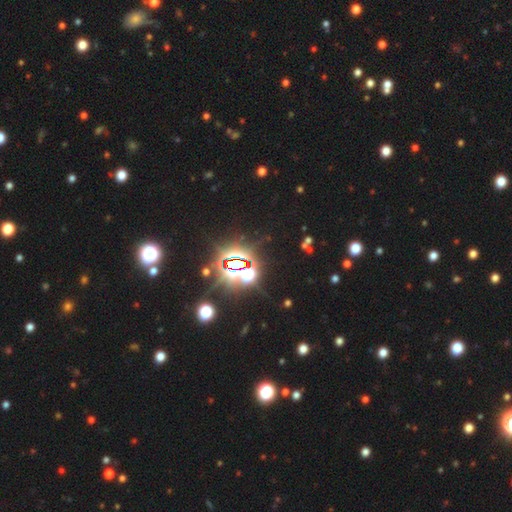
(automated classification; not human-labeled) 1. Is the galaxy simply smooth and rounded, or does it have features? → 83% star or artifact, 11% smooth, 6% featured or disk.